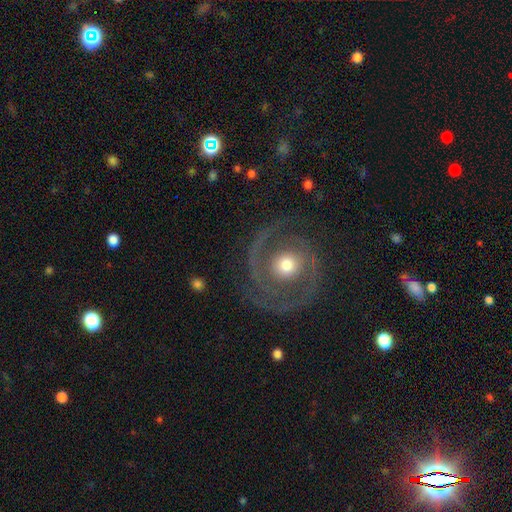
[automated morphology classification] smooth-or-featured: featured or disk: 84% | smooth: 9% | star or artifact: 7%
  disk-edge-on: no: 98% | yes: 2%
    bar: no: 68% | weak: 23% | strong: 8%
    has-spiral-arms: yes: 93% | no: 7%
      spiral-winding: tight: 50% | medium: 40% | loose: 10%
      spiral-arm-count: 2: 74% | 1: 12% | can't tell: 6% | 3: 4% | 4: 2% | more than 4: 2%
    bulge-size: moderate: 69% | small: 15% | large: 13% | dominant: 2% | none: 1%
  merging: none: 78% | minor disturbance: 12% | major disturbance: 8% | merger: 2%